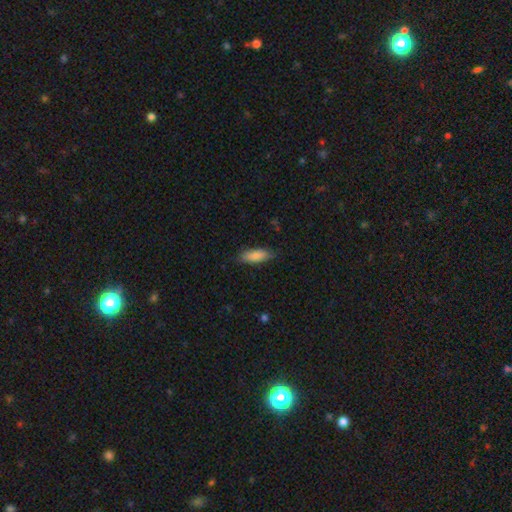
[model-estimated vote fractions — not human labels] smooth 85%, featured or disk 9%, star or artifact 6%. Down the decision tree: how rounded — in between (65%); merging — none (80%).